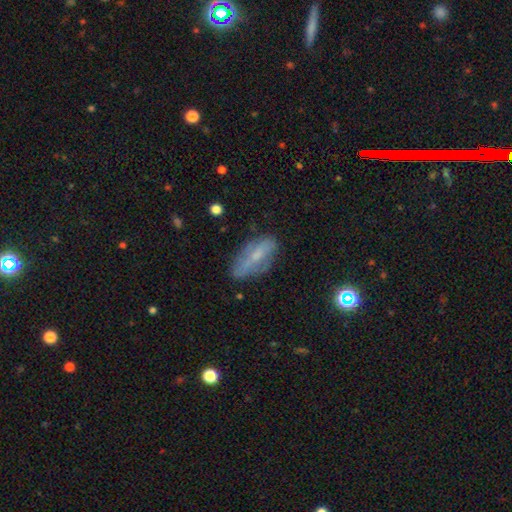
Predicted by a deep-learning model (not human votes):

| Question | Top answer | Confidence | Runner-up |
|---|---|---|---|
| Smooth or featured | smooth | 53% | featured or disk (37%) |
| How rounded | in between | 71% | cigar-shaped (27%) |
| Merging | none | 65% | minor disturbance (24%) |